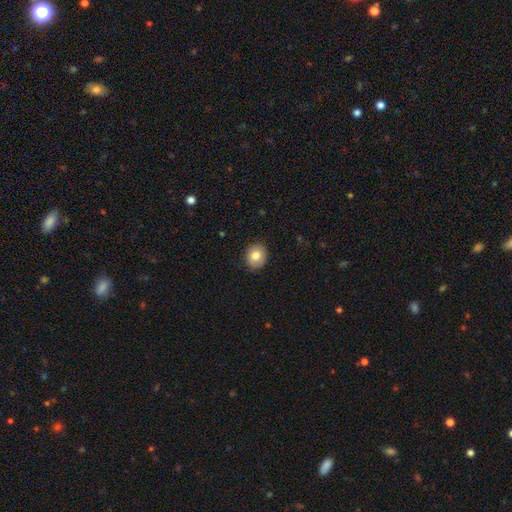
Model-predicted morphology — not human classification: This appears to be a smooth galaxy with no disk features (81%) that is round (71%). Merging: none (89%).